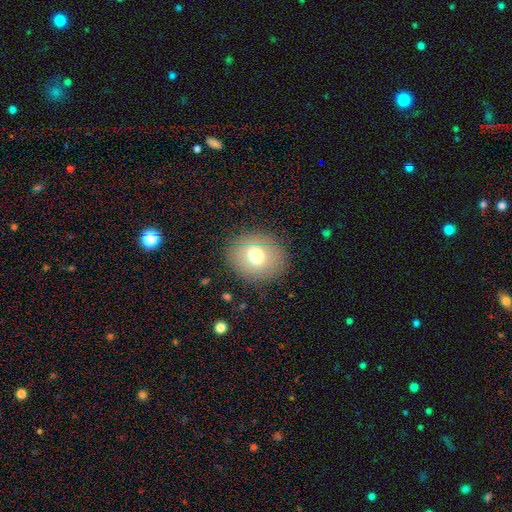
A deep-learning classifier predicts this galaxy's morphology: Q: Smooth or featured?
A: smooth (68%); runner-up: featured or disk (19%)
Q: How rounded?
A: round (67%); runner-up: in between (32%)
Q: Merging?
A: none (85%); runner-up: minor disturbance (10%)